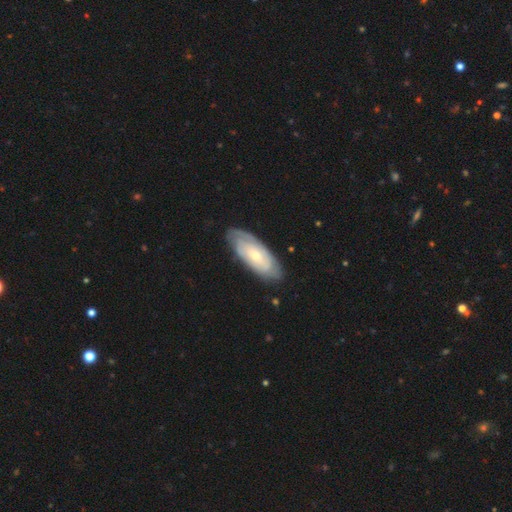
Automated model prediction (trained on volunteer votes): This is possibly a featured or disk galaxy (60%). It is clearly not viewed edge-on (87%). Bar: likely no (74%). Spiral arm pattern: likely yes (75%). Central bulge: likely small (61%). Merging: likely none (76%).